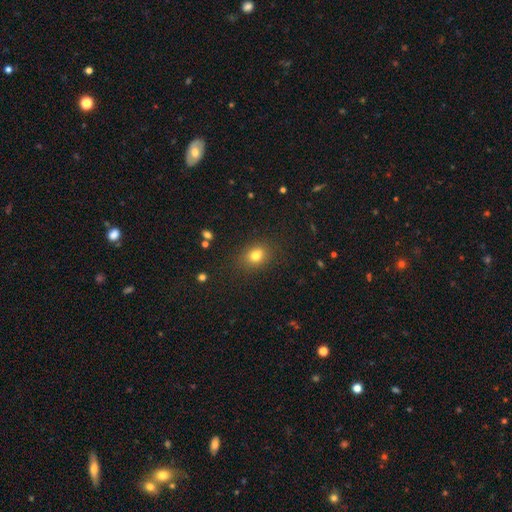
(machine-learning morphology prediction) smooth-or-featured: smooth: 76% | star or artifact: 15% | featured or disk: 9%
  how-rounded: round: 51% | in between: 47% | cigar-shaped: 1%
  merging: none: 80% | minor disturbance: 13% | major disturbance: 4% | merger: 4%